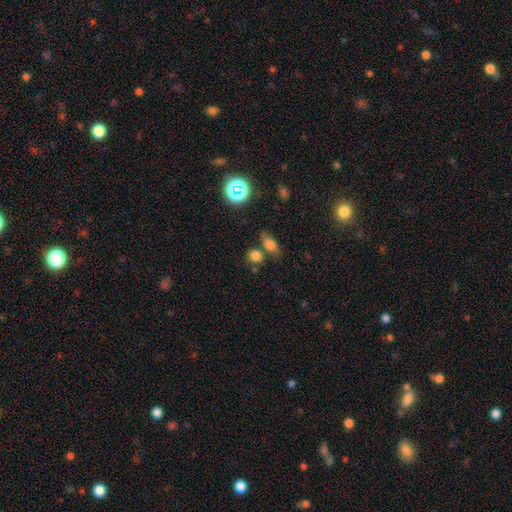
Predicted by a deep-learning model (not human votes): Smooth or featured? smooth (77%)
How rounded? round (67%)
Merging? none (61%)